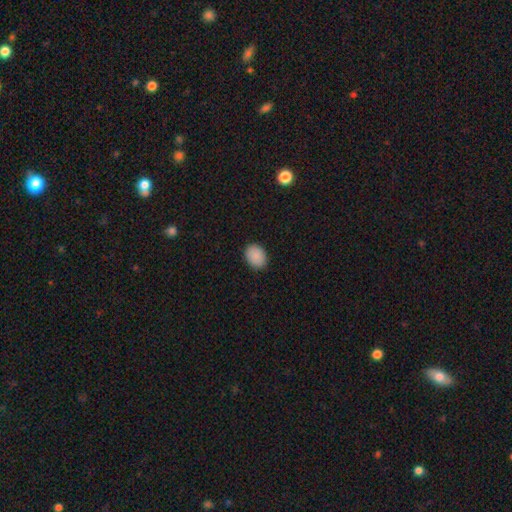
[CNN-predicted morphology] Smooth or featured? smooth (89%)
How rounded? in between (69%)
Merging? none (89%)